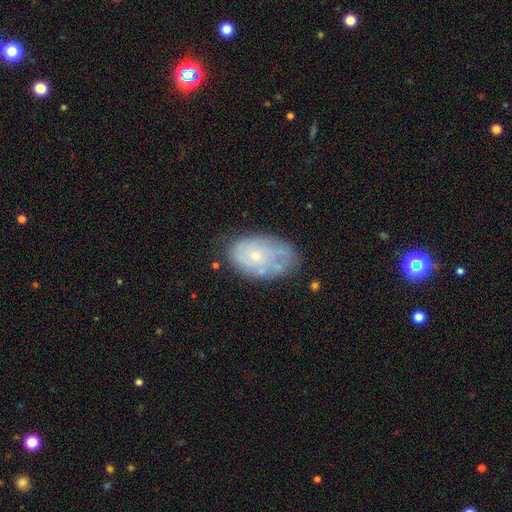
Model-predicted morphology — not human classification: Smooth or featured?
  - featured or disk: 48% *
  - smooth: 44%
  - star or artifact: 8%
Merging?
  - none: 57% *
  - minor disturbance: 29%
  - major disturbance: 10%
  - merger: 4%